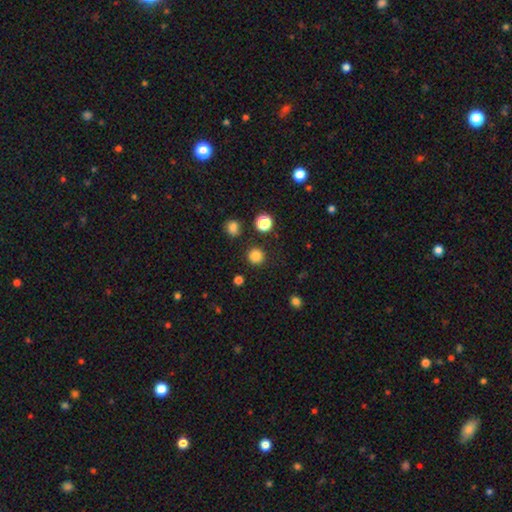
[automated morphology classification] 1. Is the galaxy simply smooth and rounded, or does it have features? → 83% smooth, 13% star or artifact, 4% featured or disk.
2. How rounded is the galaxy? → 95% round, 5% in between, 1% cigar-shaped.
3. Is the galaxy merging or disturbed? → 89% none, 6% minor disturbance, 2% merger, 2% major disturbance.